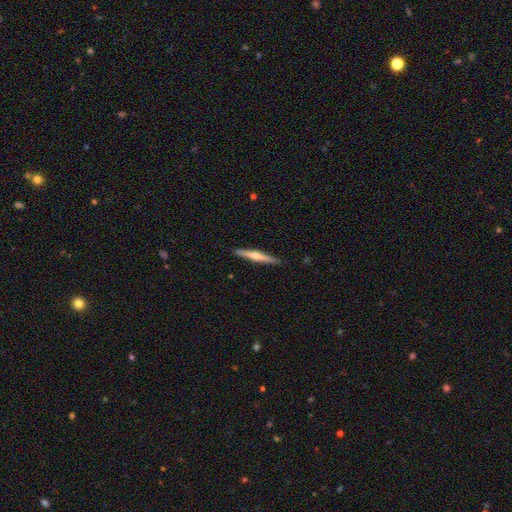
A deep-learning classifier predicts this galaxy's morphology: This is possibly a featured or disk galaxy (56%). It is clearly viewed edge-on (97%). Edge-on bulge: clearly rounded (81%). Merging: clearly none (91%).